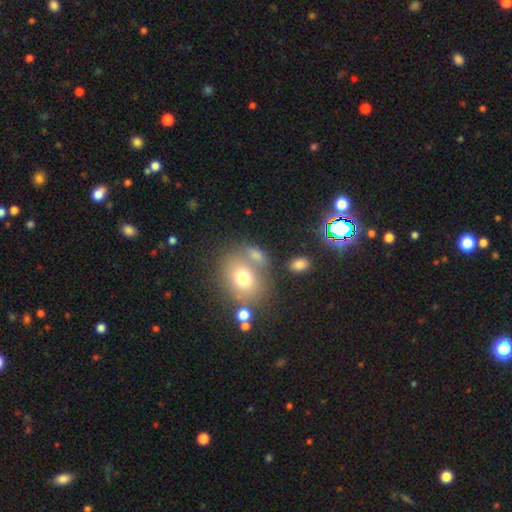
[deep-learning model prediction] Q: Smooth or featured?
A: smooth (69%); runner-up: featured or disk (16%)
Q: How rounded?
A: in between (54%); runner-up: round (43%)
Q: Merging?
A: none (53%); runner-up: merger (26%)